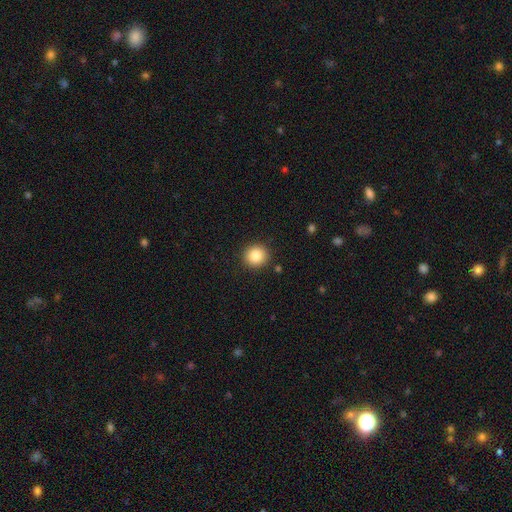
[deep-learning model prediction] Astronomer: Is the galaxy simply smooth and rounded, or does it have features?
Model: smooth — 85%.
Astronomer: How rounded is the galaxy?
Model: round — 91%.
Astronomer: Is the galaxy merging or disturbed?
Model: none — 90%.